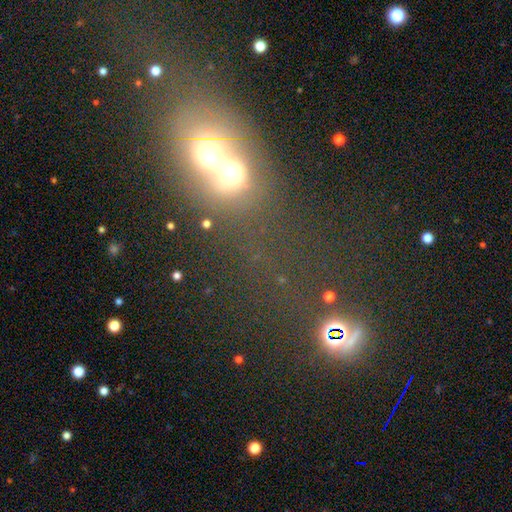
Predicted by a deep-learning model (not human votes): smooth-or-featured: smooth: 43% | featured or disk: 29% | star or artifact: 28%
  merging: merger: 72% | none: 15% | major disturbance: 7% | minor disturbance: 6%